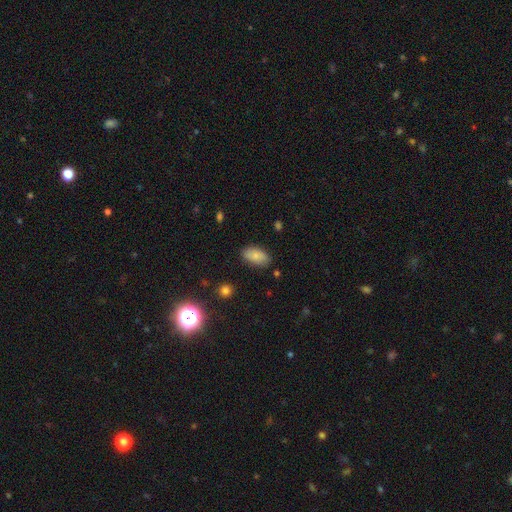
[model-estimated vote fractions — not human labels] Q: Smooth or featured?
A: smooth (81%); runner-up: featured or disk (11%)
Q: How rounded?
A: in between (93%); runner-up: round (3%)
Q: Merging?
A: none (84%); runner-up: minor disturbance (12%)